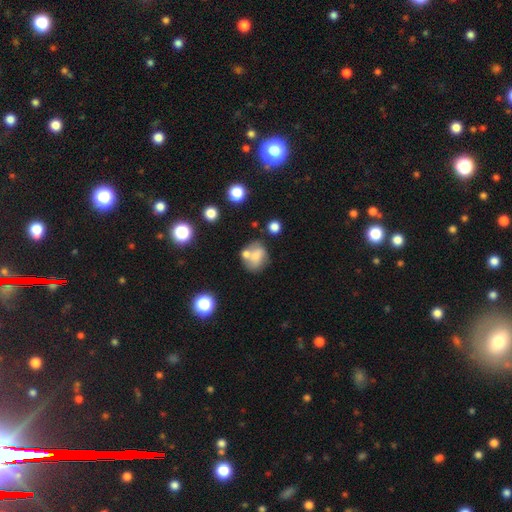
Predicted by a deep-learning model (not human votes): Smooth or featured? smooth (60%)
How rounded? round (54%)
Merging? none (40%)